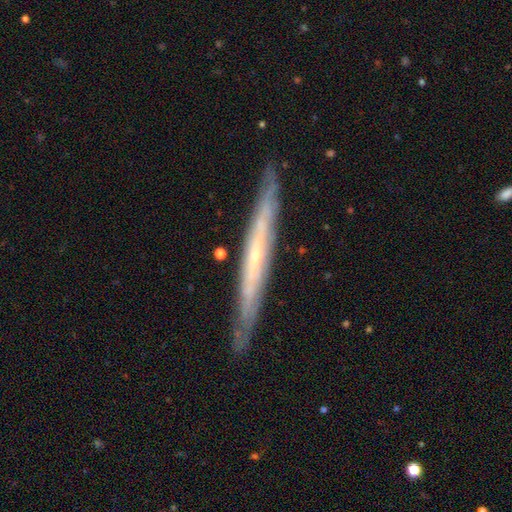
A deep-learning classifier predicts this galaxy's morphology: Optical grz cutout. It shows a featured or disk galaxy (73%) viewed edge-on (88%) with no central bulge (62%). Merging: none (86%).